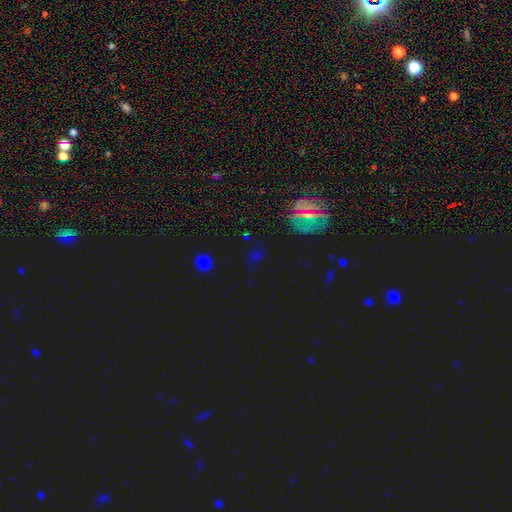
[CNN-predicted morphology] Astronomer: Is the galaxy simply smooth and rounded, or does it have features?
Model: star or artifact — 60%.